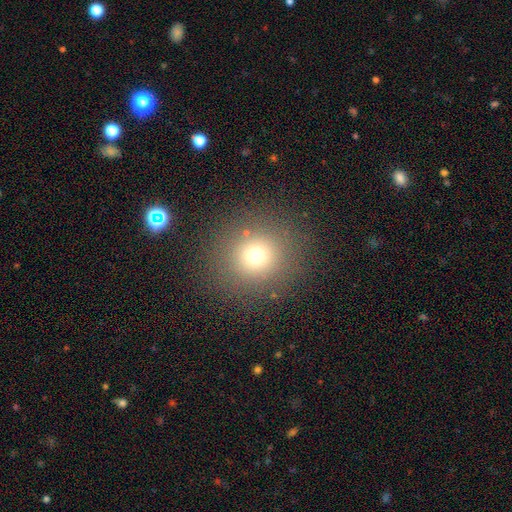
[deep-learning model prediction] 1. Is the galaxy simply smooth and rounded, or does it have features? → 70% smooth, 20% star or artifact, 10% featured or disk.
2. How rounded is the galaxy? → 91% round, 8% in between, 1% cigar-shaped.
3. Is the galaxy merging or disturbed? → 87% none, 7% minor disturbance, 4% major disturbance, 2% merger.